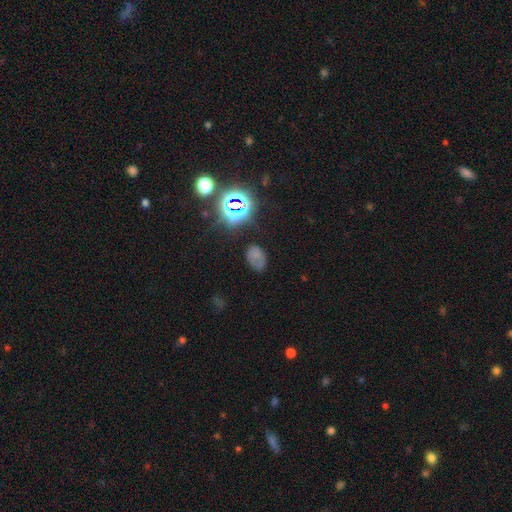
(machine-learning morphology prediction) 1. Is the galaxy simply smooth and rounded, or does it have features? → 57% smooth, 28% star or artifact, 15% featured or disk.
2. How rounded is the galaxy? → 82% in between, 17% round, 1% cigar-shaped.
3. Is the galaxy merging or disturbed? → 59% none, 25% minor disturbance, 13% major disturbance, 3% merger.